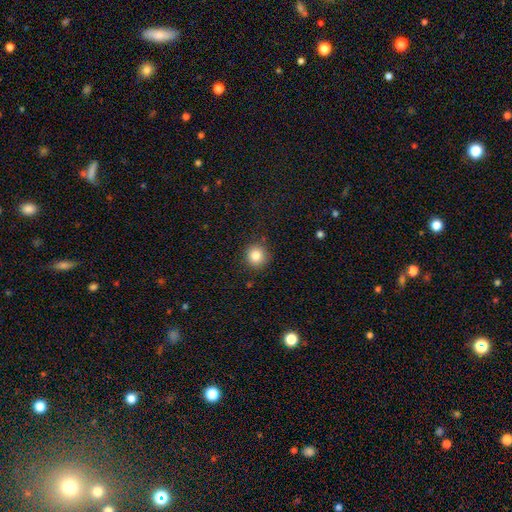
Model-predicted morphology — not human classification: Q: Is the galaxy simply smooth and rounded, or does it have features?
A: smooth — 84%.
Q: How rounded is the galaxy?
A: round — 92%.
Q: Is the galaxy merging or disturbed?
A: none — 88%.